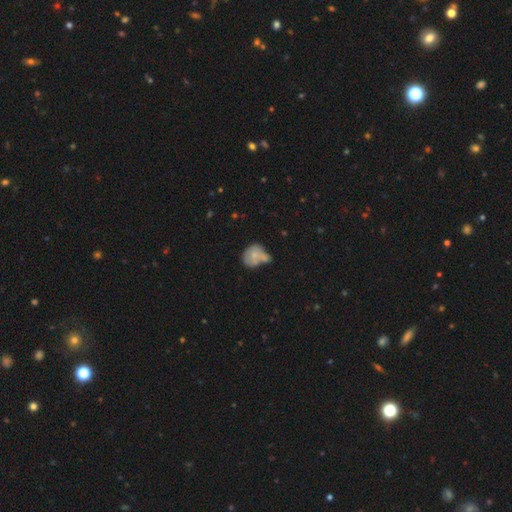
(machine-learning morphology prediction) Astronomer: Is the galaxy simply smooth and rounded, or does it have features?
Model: smooth — 66%.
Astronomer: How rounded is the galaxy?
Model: round — 60% (runner-up: in between, 38%).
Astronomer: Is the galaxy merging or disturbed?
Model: merger — 37% (runner-up: none, 29%).